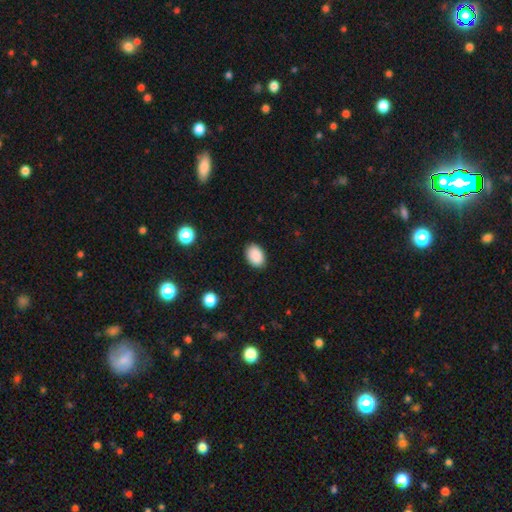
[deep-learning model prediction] This appears to be a smooth galaxy with no disk features (90%) that is in between round and cigar-shaped (84%). Merging: none (88%).